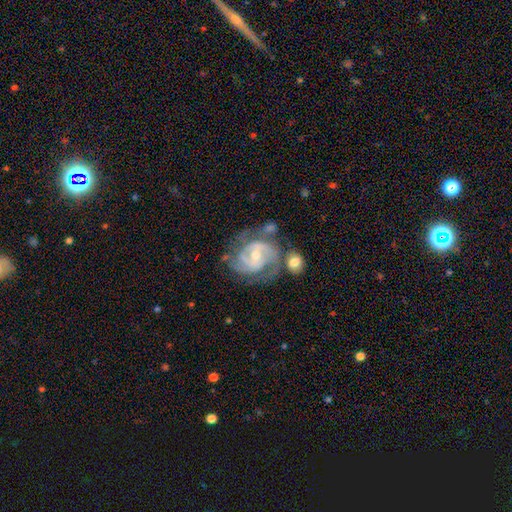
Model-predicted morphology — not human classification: Smooth or featured? Predicted: featured or disk (p=0.87). Edge-on disk? Predicted: no (p=0.97). Bar? Predicted: no (p=0.45). Spiral arms? Predicted: yes (p=0.96). Spiral winding? Predicted: tight (p=0.54). Spiral arm count? Predicted: 2 (p=0.48). Bulge size? Predicted: moderate (p=0.48, tied with small). Merging? Predicted: none (p=0.50).